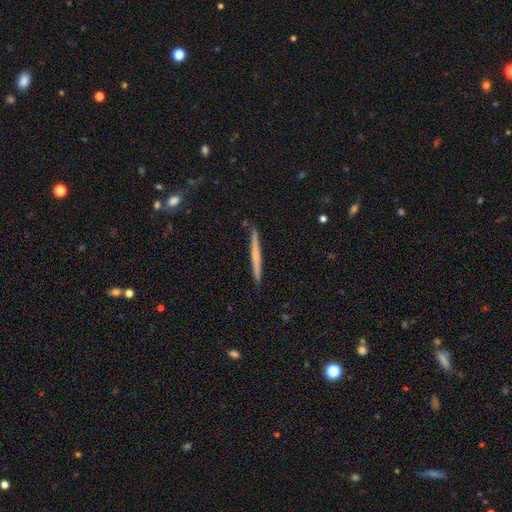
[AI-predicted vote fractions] Smooth or featured? smooth (52%)
How rounded? cigar-shaped (97%)
Merging? none (91%)